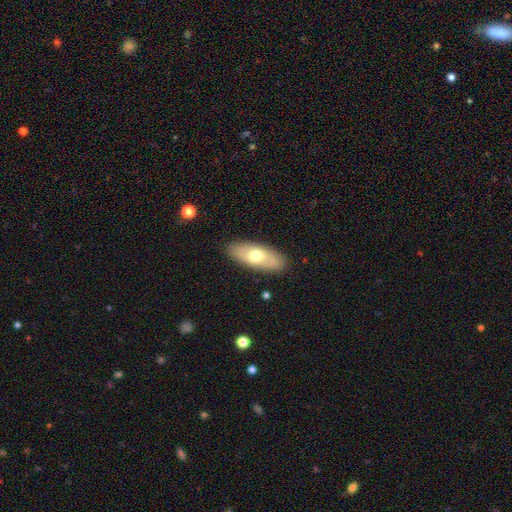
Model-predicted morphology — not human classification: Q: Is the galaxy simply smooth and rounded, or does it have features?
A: smooth — 63%.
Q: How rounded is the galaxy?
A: in between — 81%.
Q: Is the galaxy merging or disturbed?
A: none — 87%.